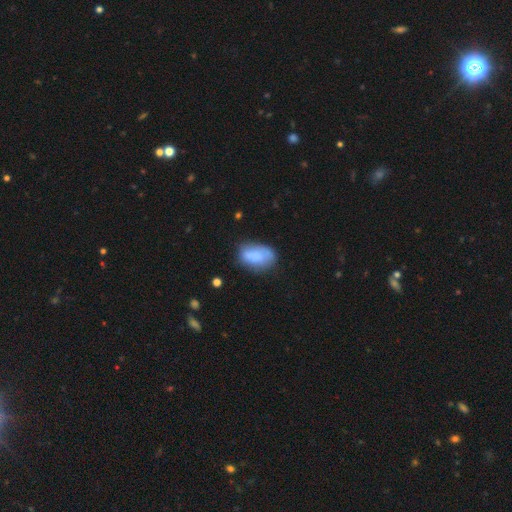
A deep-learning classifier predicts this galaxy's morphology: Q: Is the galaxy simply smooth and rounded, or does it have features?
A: smooth — 77%.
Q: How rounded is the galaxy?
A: in between — 90%.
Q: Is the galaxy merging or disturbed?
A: none — 53%.